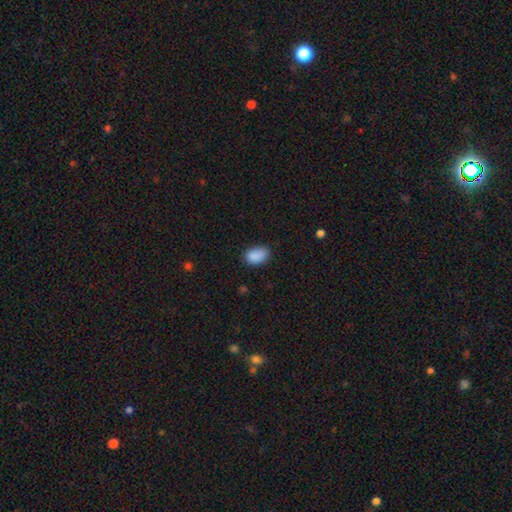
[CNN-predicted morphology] The model was most divided on "merging": none: 73%, minor disturbance: 22%, major disturbance: 4%, merger: 1%. More confident: smooth or featured — smooth (88%); how rounded — in between (87%).